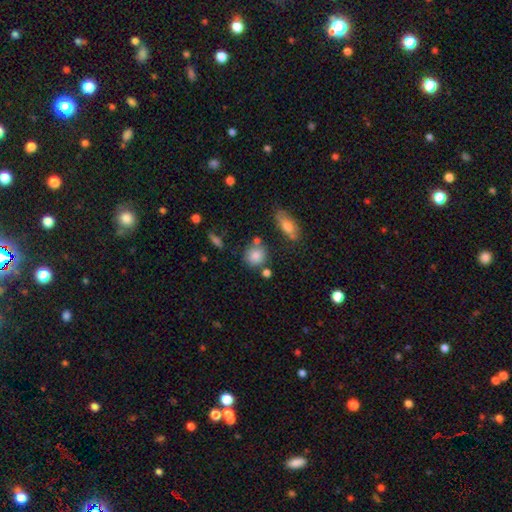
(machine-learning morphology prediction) A smooth galaxy with no disk features (81%) that is round (81%). Merging: none (66%).